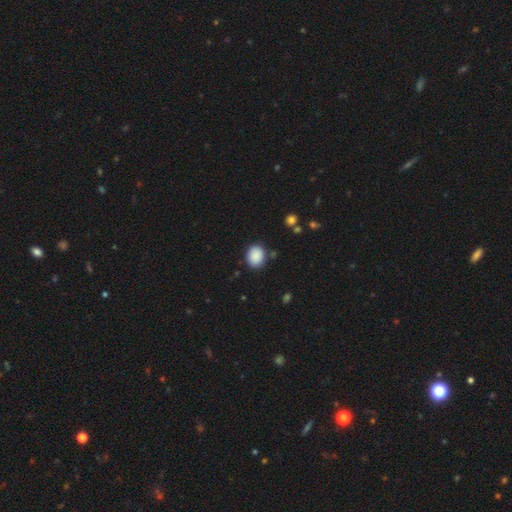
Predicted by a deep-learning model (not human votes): Smooth or featured? Predicted: smooth (p=0.89). How rounded? Predicted: in between (p=0.52). Merging? Predicted: none (p=0.85).